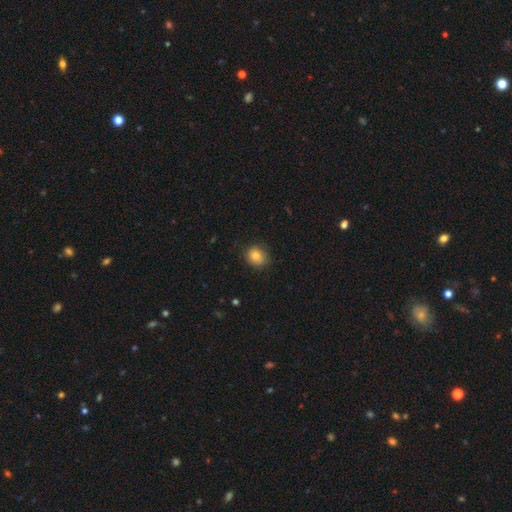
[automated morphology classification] A smooth galaxy with no disk features (83%) that is round (72%). Merging: none (77%).